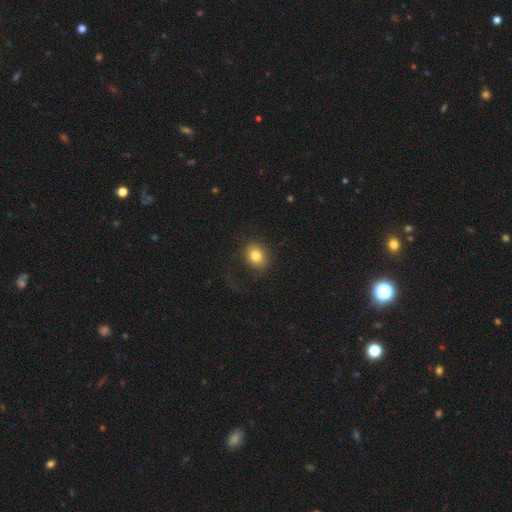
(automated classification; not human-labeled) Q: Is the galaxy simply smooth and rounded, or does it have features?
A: smooth — 80%.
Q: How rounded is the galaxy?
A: round — 59%.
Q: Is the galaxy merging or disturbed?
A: none — 80%.